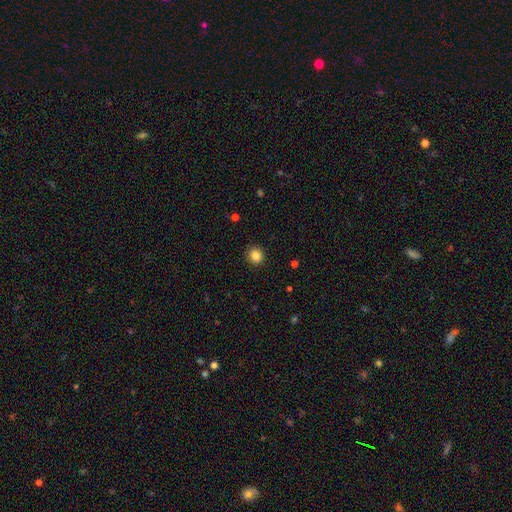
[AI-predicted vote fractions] smooth-or-featured: smooth: 85% | star or artifact: 11% | featured or disk: 4%
  how-rounded: round: 87% | in between: 12% | cigar-shaped: 1%
  merging: none: 91% | minor disturbance: 6% | major disturbance: 2% | merger: 1%